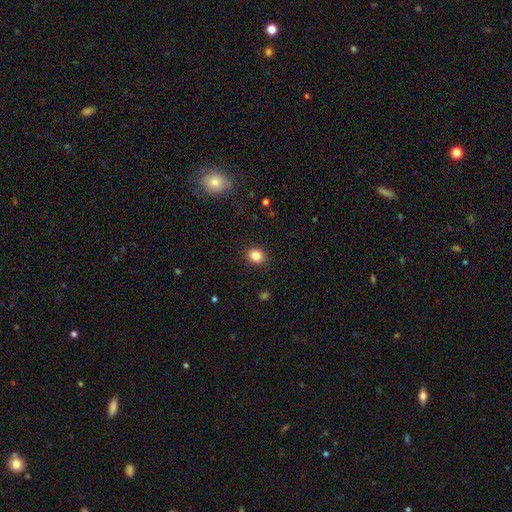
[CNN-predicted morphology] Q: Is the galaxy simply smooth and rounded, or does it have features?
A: smooth — 84%.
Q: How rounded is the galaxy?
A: round — 67%.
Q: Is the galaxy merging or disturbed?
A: none — 90%.